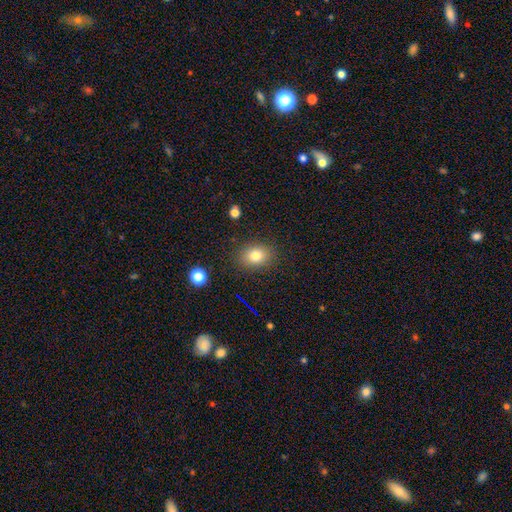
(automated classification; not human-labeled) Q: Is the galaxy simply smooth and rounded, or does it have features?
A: smooth — 80%.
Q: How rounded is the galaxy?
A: in between — 66%.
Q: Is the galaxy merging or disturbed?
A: none — 86%.